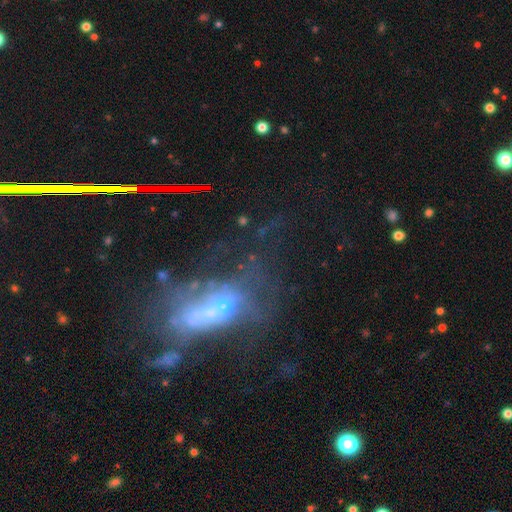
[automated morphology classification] Q: Smooth or featured?
A: featured or disk (43%); runner-up: star or artifact (31%)
Q: Merging?
A: major disturbance (38%); runner-up: none (26%)